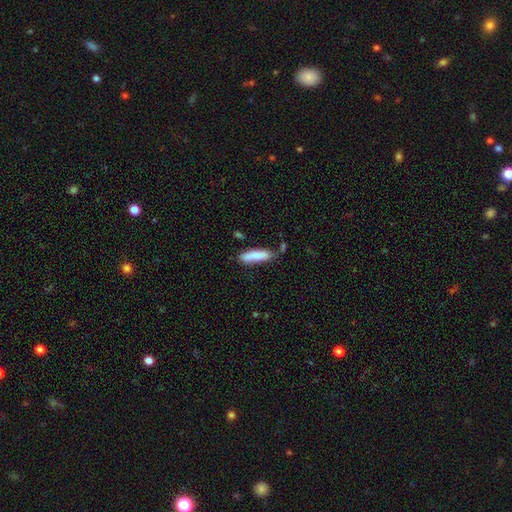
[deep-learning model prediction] Morphology: type=smooth (79%); roundness=cigar-shaped (67%); merging=none (71%).